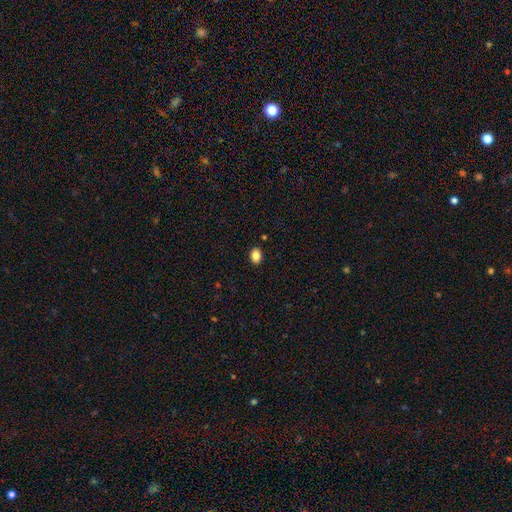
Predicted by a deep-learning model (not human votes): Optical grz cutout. It shows a smooth galaxy with no disk features (85%) that is in between round and cigar-shaped (74%). Merging: none (89%).